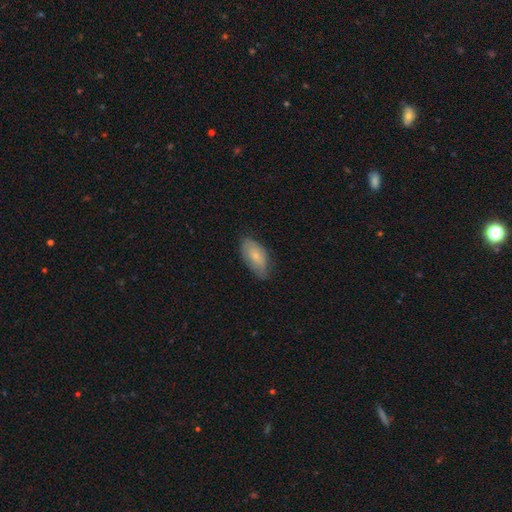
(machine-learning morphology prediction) smooth-or-featured: smooth: 70% | featured or disk: 24% | star or artifact: 6%
  how-rounded: in between: 92% | cigar-shaped: 5% | round: 3%
  merging: none: 70% | minor disturbance: 25% | major disturbance: 4% | merger: 1%